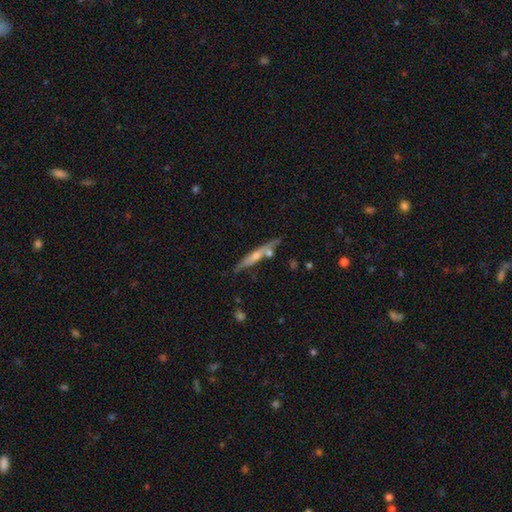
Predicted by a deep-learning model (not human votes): A featured or disk galaxy (57%) viewed edge-on (93%) with a rounded central bulge (57%).

Vote fractions:
- Smooth or featured? featured or disk: 57% / smooth: 36% / star or artifact: 7%
- Edge-on disk? yes: 93% / no: 7%
- Edge-on bulge? rounded: 57% / none: 35% / boxy: 8%
- Merging? none: 73% / minor disturbance: 14% / merger: 9% / major disturbance: 3%